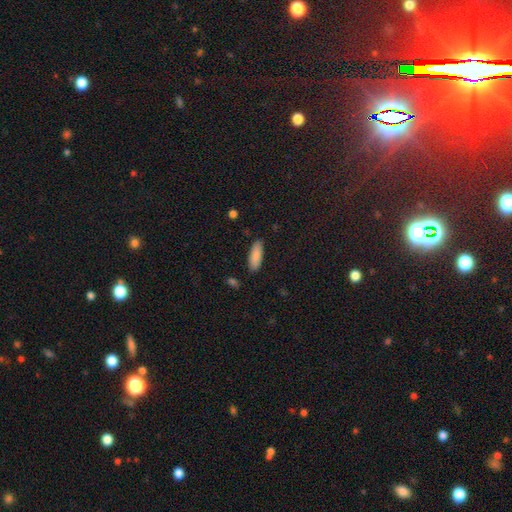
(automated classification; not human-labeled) smooth_or_featured: smooth (p=0.87) [alt: featured or disk p=0.07]
how_rounded: in between (p=0.69) [alt: cigar-shaped p=0.29]
merging: none (p=0.87) [alt: minor disturbance p=0.10]